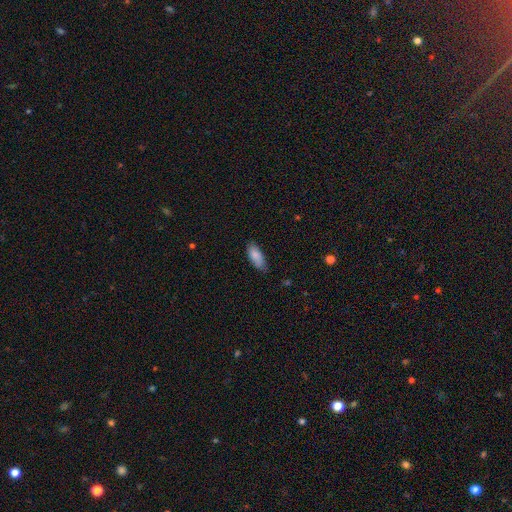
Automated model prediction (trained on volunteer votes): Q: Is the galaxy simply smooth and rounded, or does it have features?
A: smooth — 85%.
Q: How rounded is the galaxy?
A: in between — 80%.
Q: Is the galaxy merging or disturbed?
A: none — 75%.